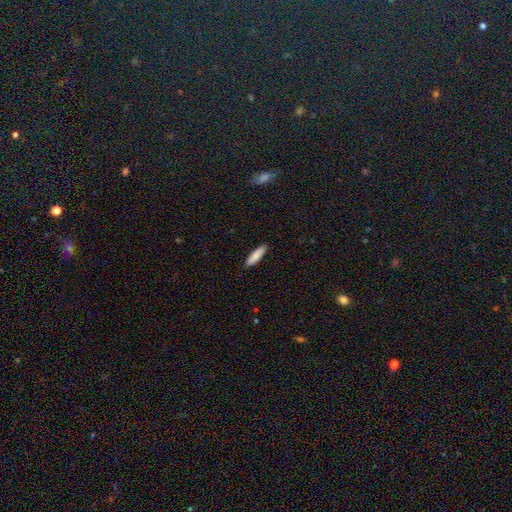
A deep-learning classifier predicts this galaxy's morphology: Smooth or featured? Predicted: smooth (p=0.85). How rounded? Predicted: cigar-shaped (p=0.66). Merging? Predicted: none (p=0.90).